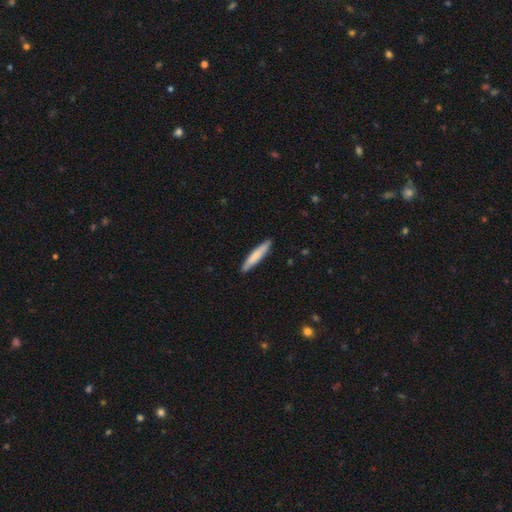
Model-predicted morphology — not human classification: Smooth or featured?
  - smooth: 77% *
  - featured or disk: 18%
  - star or artifact: 5%
How rounded?
  - cigar-shaped: 90% *
  - in between: 8%
  - round: 1%
Merging?
  - none: 88% *
  - minor disturbance: 9%
  - major disturbance: 1%
  - merger: 1%